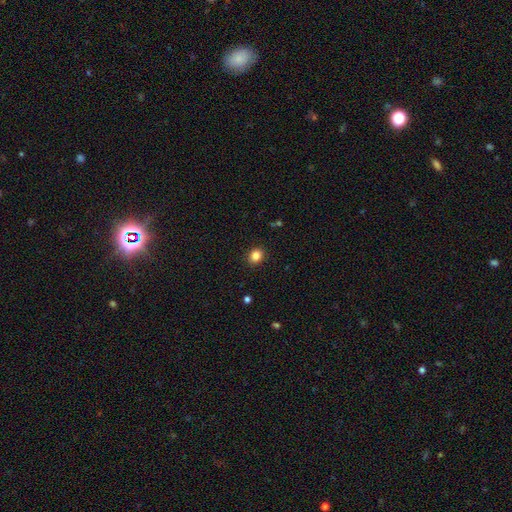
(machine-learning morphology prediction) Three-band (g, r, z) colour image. It shows a smooth galaxy with no disk features (85%) that is round (60%). Merging: none (90%).